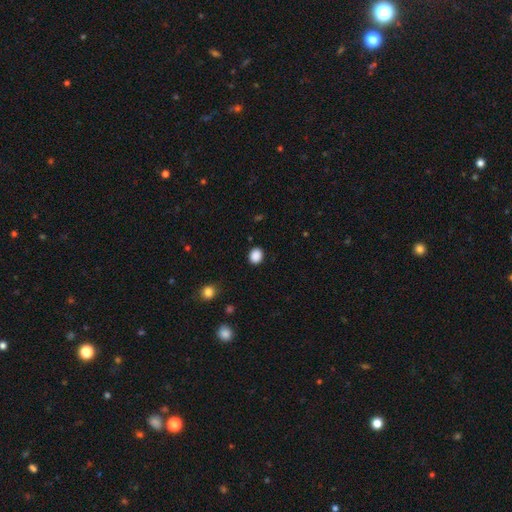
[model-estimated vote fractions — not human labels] Smooth or featured?
  - smooth: 88% *
  - star or artifact: 10%
  - featured or disk: 2%
How rounded?
  - round: 58% *
  - in between: 41%
  - cigar-shaped: 1%
Merging?
  - none: 89% *
  - minor disturbance: 8%
  - major disturbance: 2%
  - merger: 1%